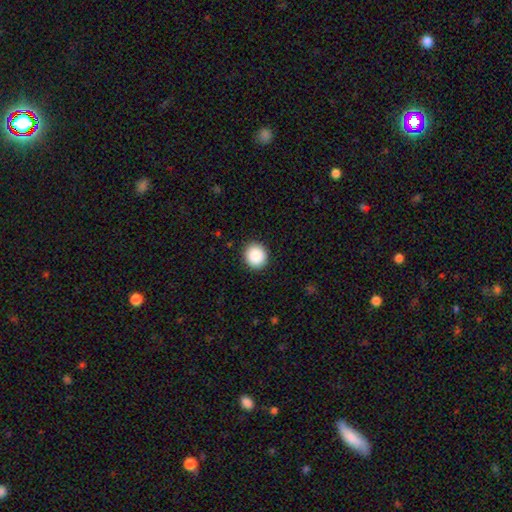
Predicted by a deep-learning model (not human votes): Overall: smooth (89%). How rounded: round (87%). Merging: none (91%).